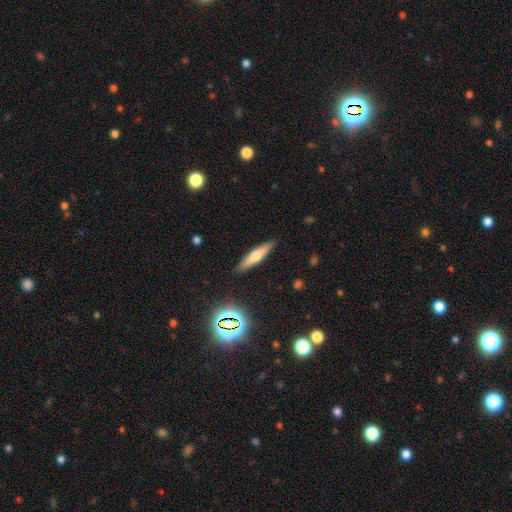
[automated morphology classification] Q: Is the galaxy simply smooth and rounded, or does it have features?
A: smooth — 52%.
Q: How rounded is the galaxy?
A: cigar-shaped — 82%.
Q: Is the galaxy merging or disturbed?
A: none — 89%.